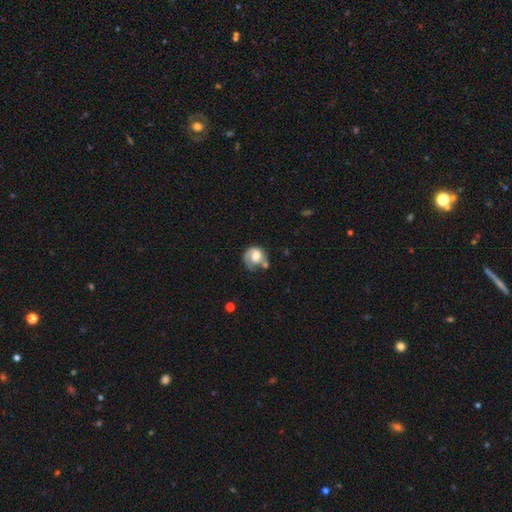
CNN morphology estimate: This is possibly a featured or disk galaxy (57%). It is clearly not viewed edge-on (97%). Bar: likely no (64%). Spiral arm pattern: likely yes (80%). Central bulge: possibly moderate (47%). Merging: marginally none (41%).